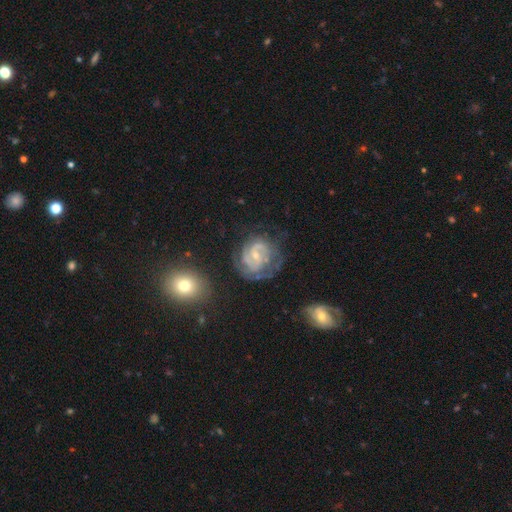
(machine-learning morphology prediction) Smooth or featured? Predicted: featured or disk (p=0.85). Edge-on disk? Predicted: no (p=0.98). Bar? Predicted: no (p=0.51). Spiral arms? Predicted: yes (p=0.95). Spiral winding? Predicted: tight (p=0.53). Spiral arm count? Predicted: 2 (p=0.43). Bulge size? Predicted: small (p=0.68). Merging? Predicted: none (p=0.60).